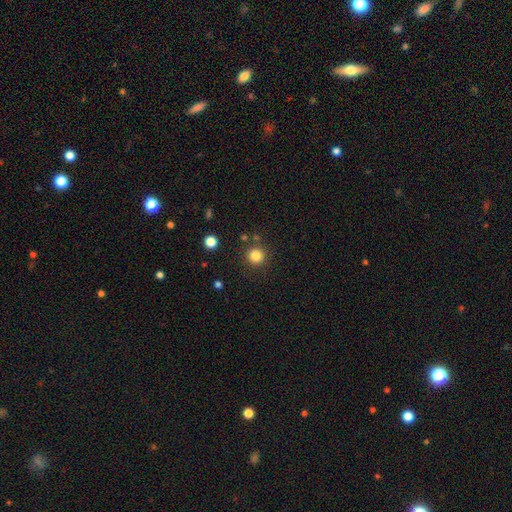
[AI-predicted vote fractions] Smooth or featured? smooth (82%)
How rounded? round (95%)
Merging? none (86%)